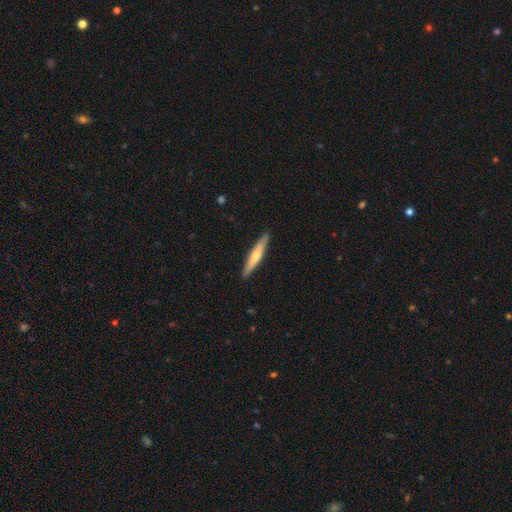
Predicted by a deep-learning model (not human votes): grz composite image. It shows a smooth galaxy with no disk features (52%) that is cigar-shaped (92%). Merging: none (91%).